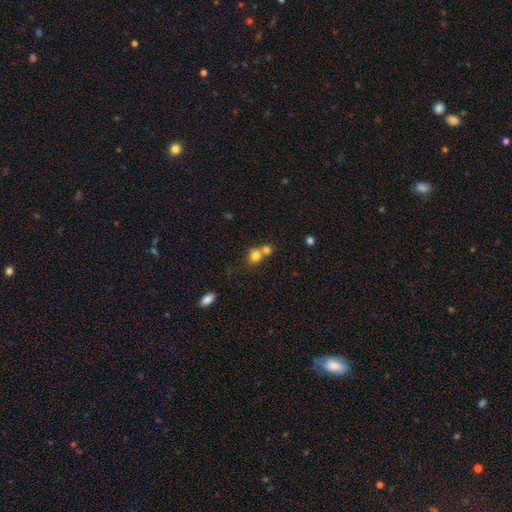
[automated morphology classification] The model was most divided on "merging": merger: 51%, none: 39%, minor disturbance: 7%, major disturbance: 3%. More confident: how rounded — round (80%); smooth or featured — smooth (78%).